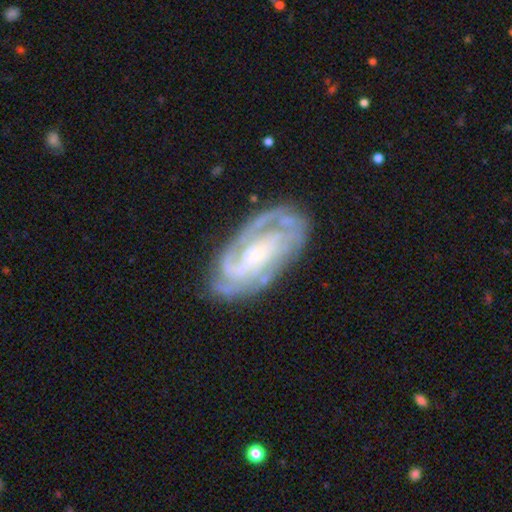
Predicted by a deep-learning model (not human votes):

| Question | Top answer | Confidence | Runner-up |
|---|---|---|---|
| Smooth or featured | featured or disk | 86% | smooth (9%) |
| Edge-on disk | no | 95% | yes (5%) |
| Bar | no | 57% | weak (30%) |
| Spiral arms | yes | 96% | no (4%) |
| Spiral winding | tight | 67% | medium (28%) |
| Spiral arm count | can't tell | 26% | tied: 2 (26%) |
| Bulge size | small | 69% | moderate (20%) |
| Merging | none | 75% | minor disturbance (17%) |